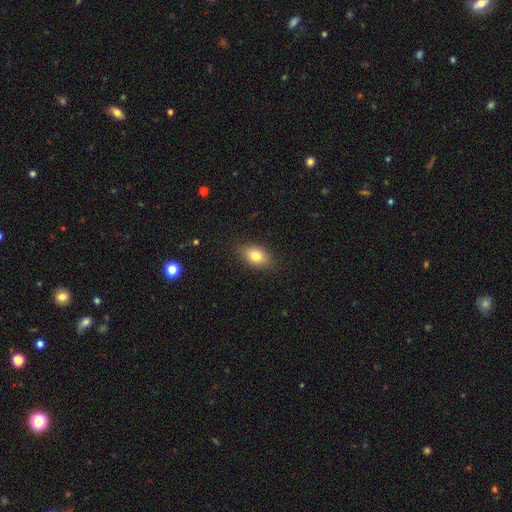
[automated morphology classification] smooth_or_featured: smooth (p=0.79) [alt: featured or disk p=0.12]
how_rounded: in between (p=0.83) [alt: round p=0.14]
merging: none (p=0.84) [alt: minor disturbance p=0.12]